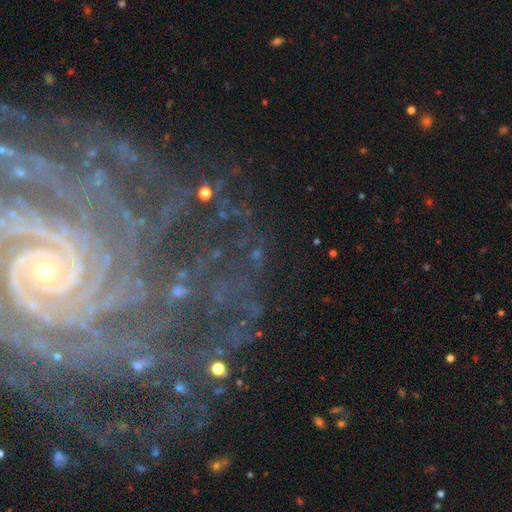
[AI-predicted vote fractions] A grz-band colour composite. It shows a featured or disk galaxy (59%) with no bar (48%), spiral arms (87%) and a small central bulge (63%). Merging: none (68%).